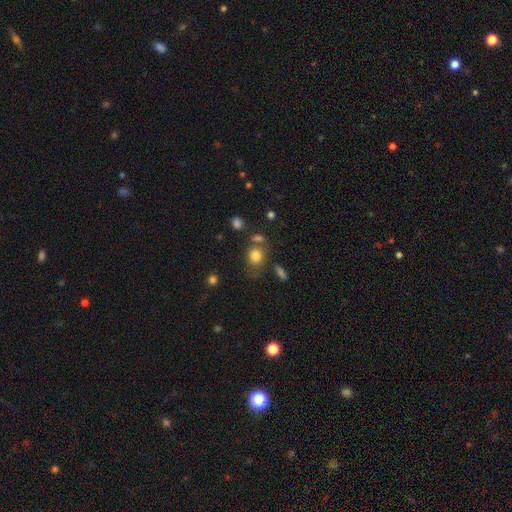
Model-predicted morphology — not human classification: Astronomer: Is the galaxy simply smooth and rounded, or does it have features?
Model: smooth — 80%.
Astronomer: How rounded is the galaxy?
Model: round — 65%.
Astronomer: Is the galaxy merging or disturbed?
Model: none — 61%.